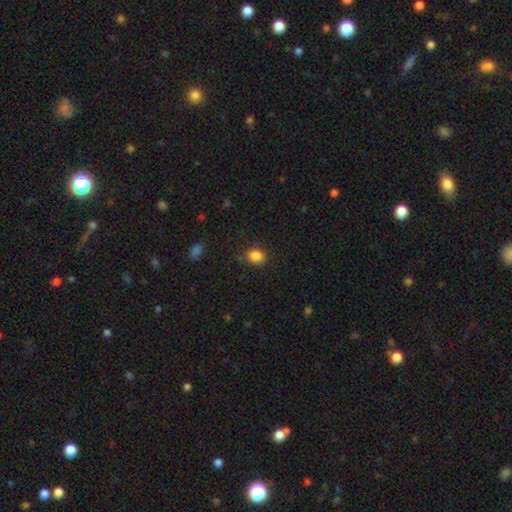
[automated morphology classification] type=smooth (85%); roundness=round (71%); merging=none (83%).